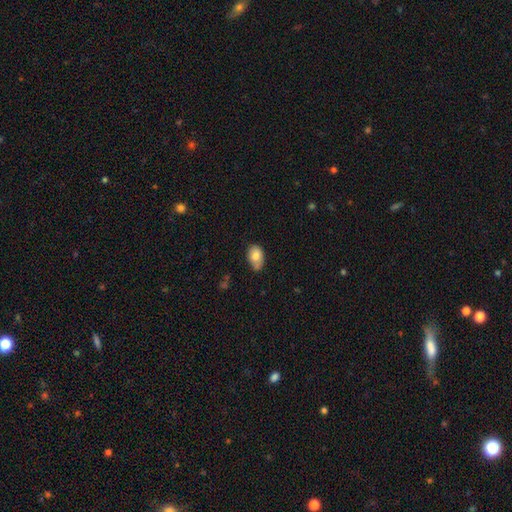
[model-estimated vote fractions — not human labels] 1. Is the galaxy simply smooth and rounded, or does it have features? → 79% smooth, 13% featured or disk, 7% star or artifact.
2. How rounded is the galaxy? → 86% in between, 12% round, 1% cigar-shaped.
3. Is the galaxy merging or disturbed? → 59% none, 31% minor disturbance, 5% major disturbance, 4% merger.